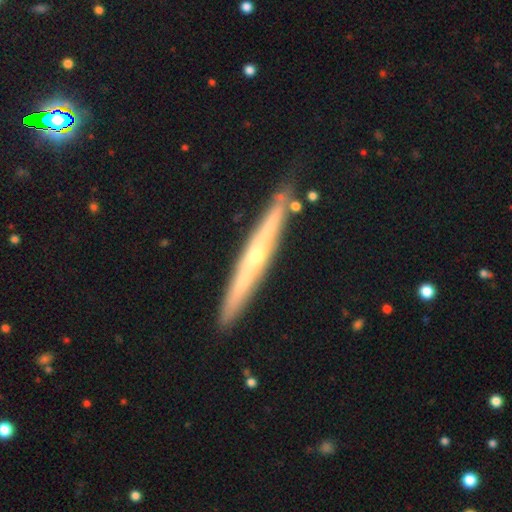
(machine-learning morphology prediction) featured or disk 73%, smooth 21%, star or artifact 6%. Down the decision tree: edge-on disk — yes (94%); edge-on bulge — rounded (67%); merging — none (85%).